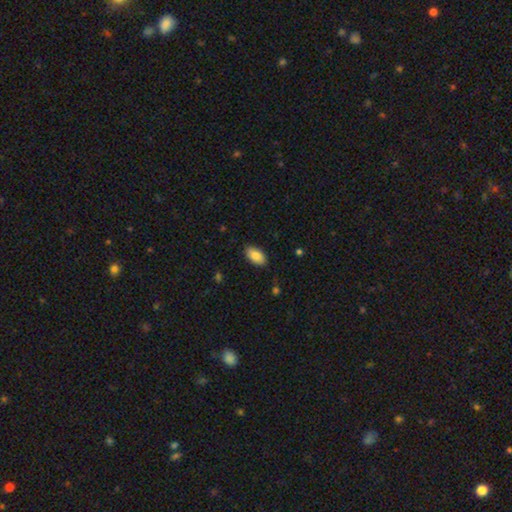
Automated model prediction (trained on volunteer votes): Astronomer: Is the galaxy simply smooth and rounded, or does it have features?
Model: smooth — 86%.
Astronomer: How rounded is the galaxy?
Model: in between — 94%.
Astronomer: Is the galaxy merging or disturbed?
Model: none — 86%.